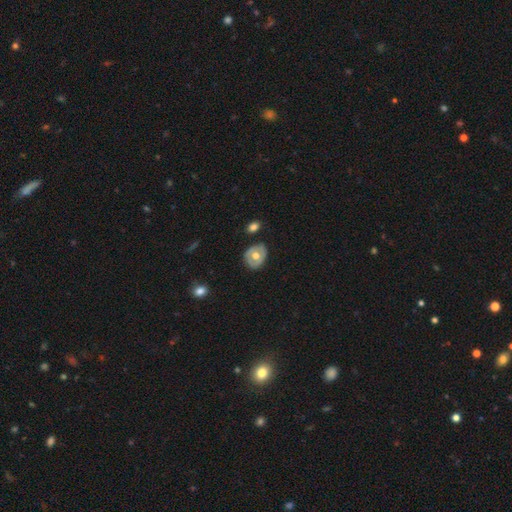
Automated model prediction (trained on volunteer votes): This is possibly a smooth galaxy (50%). Merging: likely none (78%).